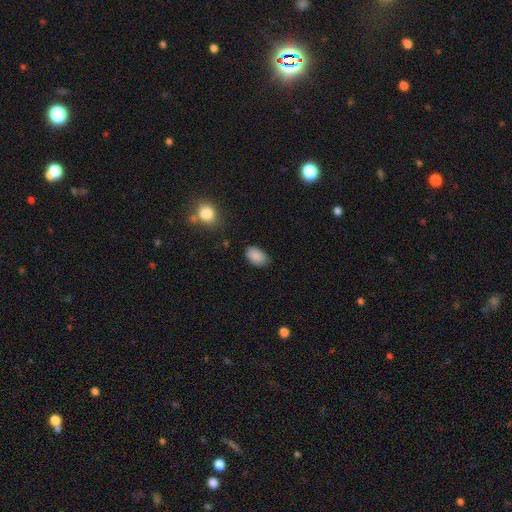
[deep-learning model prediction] smooth 87%, star or artifact 9%, featured or disk 4%. Down the decision tree: how rounded — in between (91%); merging — none (79%).